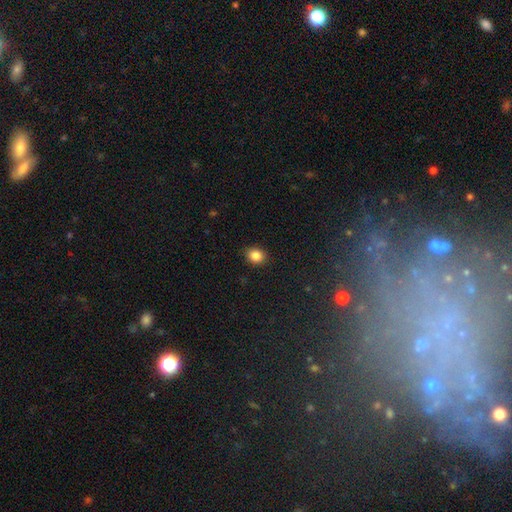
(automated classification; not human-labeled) A smooth galaxy with no disk features (86%) that is round (62%). Merging: none (89%).